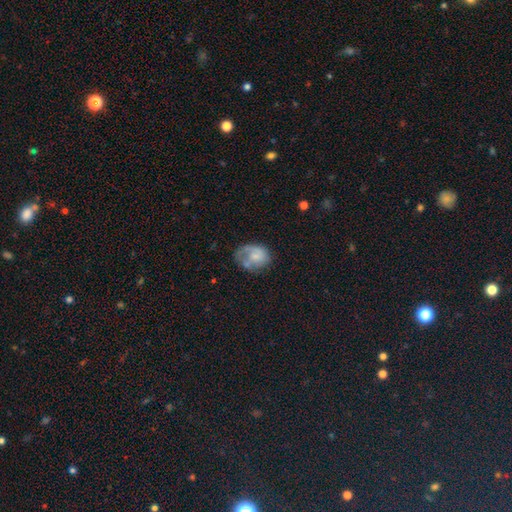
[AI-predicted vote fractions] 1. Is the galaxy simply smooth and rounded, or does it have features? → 49% smooth, 42% featured or disk, 8% star or artifact.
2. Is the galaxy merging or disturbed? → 41% none, 28% minor disturbance, 26% major disturbance, 6% merger.